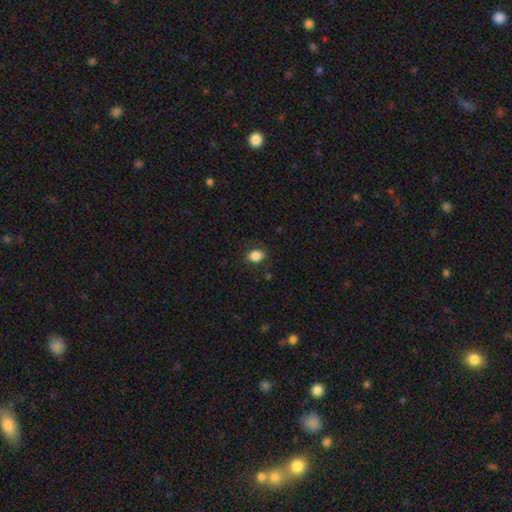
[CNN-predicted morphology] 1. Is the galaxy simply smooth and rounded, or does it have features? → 85% smooth, 9% star or artifact, 5% featured or disk.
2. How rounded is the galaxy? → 63% in between, 36% round, 1% cigar-shaped.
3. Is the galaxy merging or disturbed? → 84% none, 12% minor disturbance, 3% major disturbance, 1% merger.